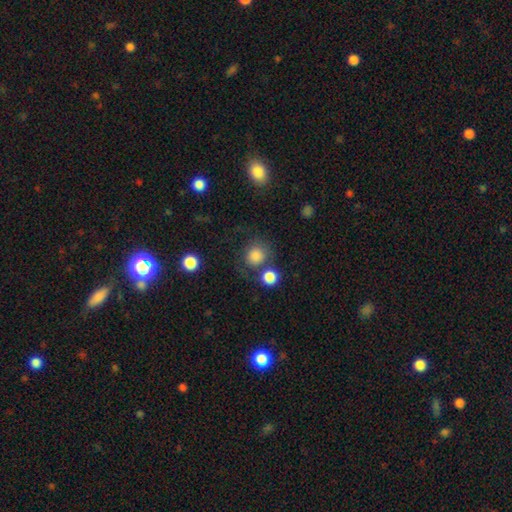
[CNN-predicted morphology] The model was most divided on "merging": none: 65%, merger: 15%, minor disturbance: 13%, major disturbance: 7%. More confident: how rounded — round (87%); smooth or featured — smooth (84%).